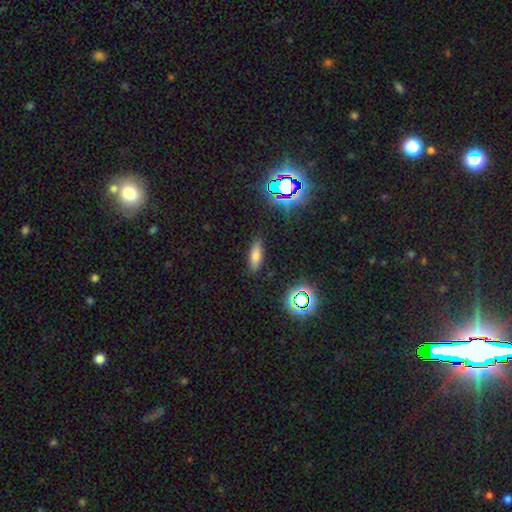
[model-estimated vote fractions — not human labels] smooth 72%, star or artifact 16%, featured or disk 12%. Down the decision tree: how rounded — in between (58%); merging — none (86%).